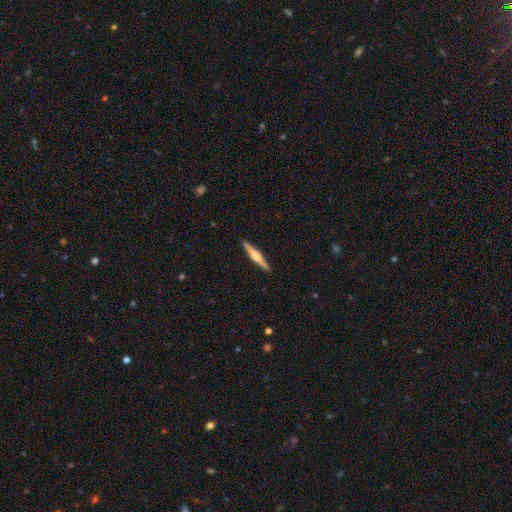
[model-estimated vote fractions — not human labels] featured or disk 70%, smooth 25%, star or artifact 5%. Down the decision tree: edge-on disk — yes (98%); edge-on bulge — rounded (81%); merging — none (92%).